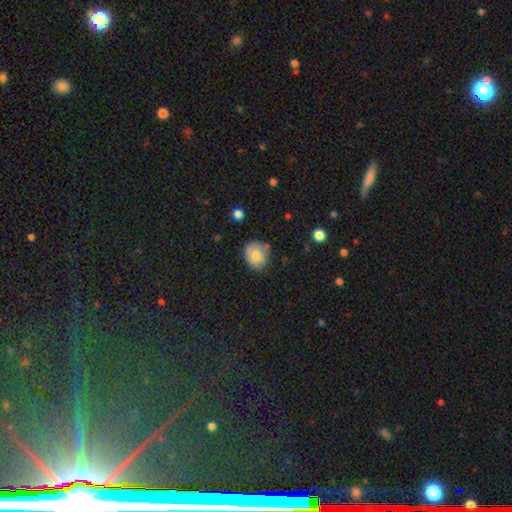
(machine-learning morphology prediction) The model was most divided on "merging": none: 67%, minor disturbance: 25%, major disturbance: 5%, merger: 3%. More confident: smooth or featured — smooth (76%); how rounded — round (73%).